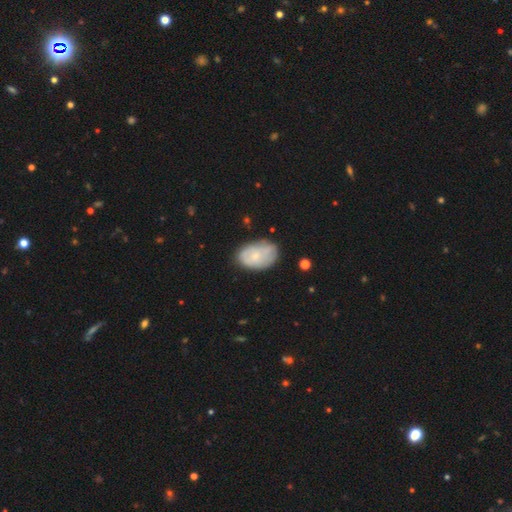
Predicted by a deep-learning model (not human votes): This appears to be a smooth galaxy with no disk features (57%) that is in between round and cigar-shaped (88%). Merging: none (69%).